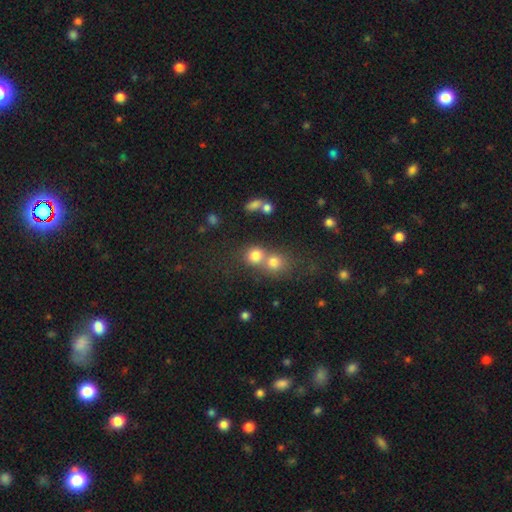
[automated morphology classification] type=smooth (76%); roundness=round (82%); merging=merger (51%).